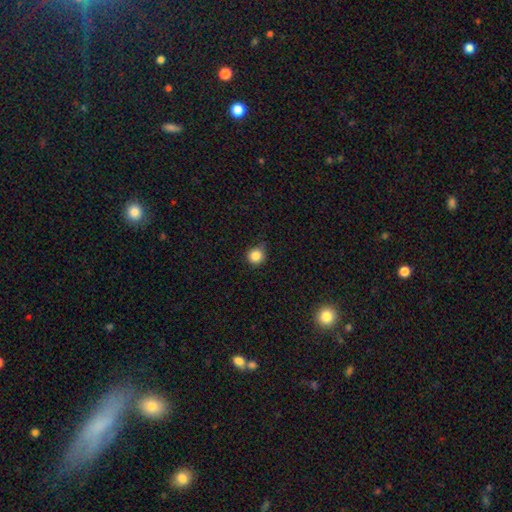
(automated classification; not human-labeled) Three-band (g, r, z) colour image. It shows a smooth galaxy with no disk features (85%) that is round (94%). Merging: none (81%).